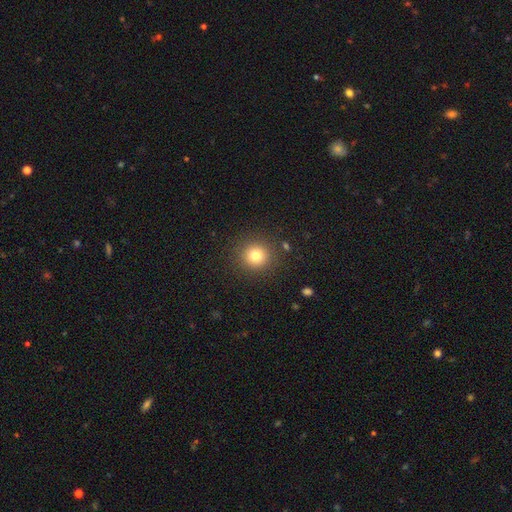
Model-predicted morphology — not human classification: Smooth or featured? smooth (79%)
How rounded? round (93%)
Merging? none (89%)